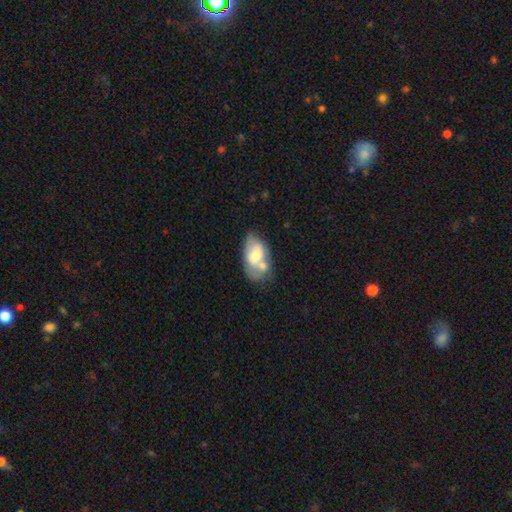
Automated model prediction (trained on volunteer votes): A smooth galaxy with no disk features (57%) that is in between round and cigar-shaped (92%).

Vote fractions:
- Smooth or featured? smooth: 57% / featured or disk: 36% / star or artifact: 7%
- How rounded? in between: 92% / round: 6% / cigar-shaped: 2%
- Merging? merger: 38% / none: 29% / minor disturbance: 21% / major disturbance: 12%